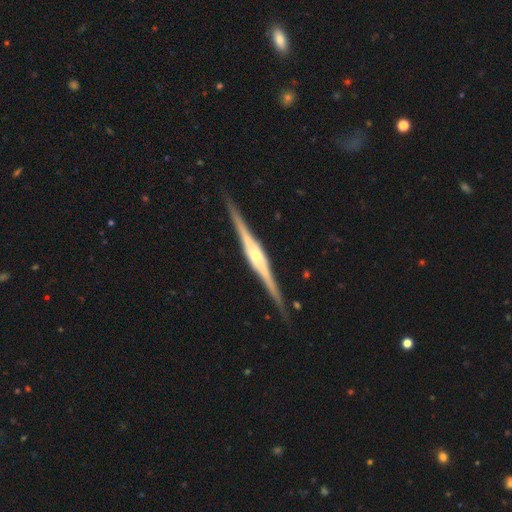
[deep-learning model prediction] The model was most divided on "edge-on bulge": rounded: 56%, boxy: 38%, none: 6%. More confident: edge-on disk — yes (98%); merging — none (89%); smooth or featured — featured or disk (88%).